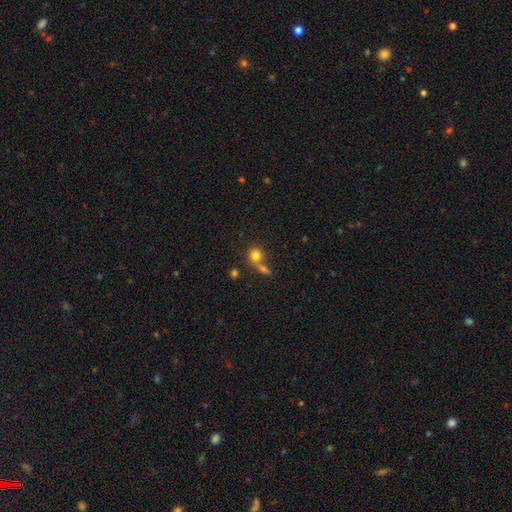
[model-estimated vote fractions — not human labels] A smooth galaxy with no disk features (79%) that is round (83%).

Vote fractions:
- Smooth or featured? smooth: 79% / star or artifact: 12% / featured or disk: 9%
- How rounded? round: 83% / in between: 15% / cigar-shaped: 2%
- Merging? none: 52% / merger: 33% / minor disturbance: 10% / major disturbance: 5%